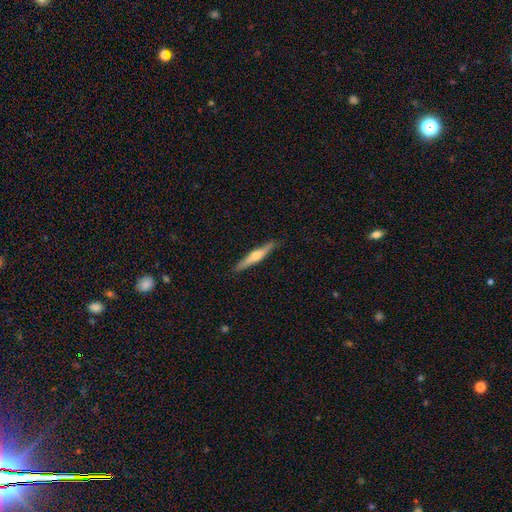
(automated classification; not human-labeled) smooth_or_featured: featured or disk (p=0.57) [alt: smooth p=0.38]
disk_edge_on: yes (p=0.96) [alt: no p=0.04]
edge_on_bulge: rounded (p=0.88) [alt: none p=0.07]
merging: none (p=0.89) [alt: minor disturbance p=0.08]